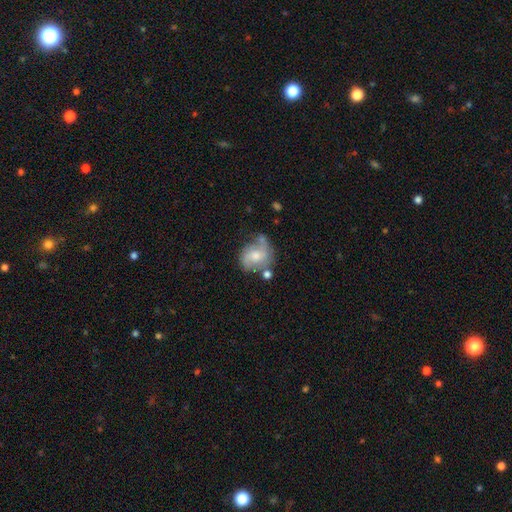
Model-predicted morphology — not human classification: A featured or disk galaxy (54%) with no bar (59%), spiral arms (80%) and a moderate central bulge (56%). Merging: none (48%).